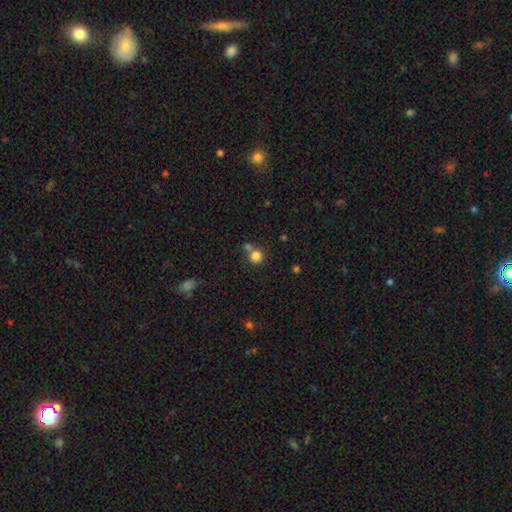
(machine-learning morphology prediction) Smooth or featured: smooth — 82% (star or artifact — 12%)
How rounded: round — 91% (in between — 8%)
Merging: none — 56% (merger — 32%)